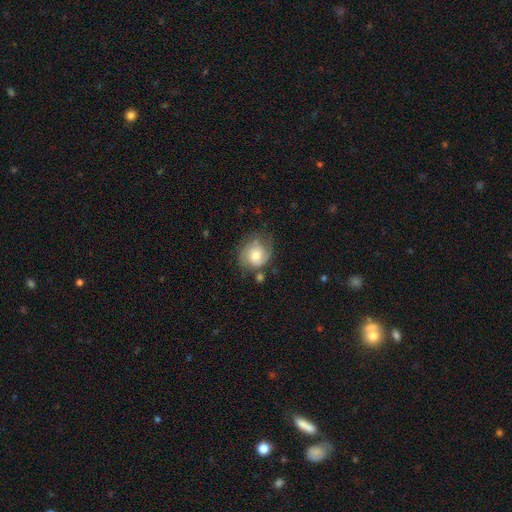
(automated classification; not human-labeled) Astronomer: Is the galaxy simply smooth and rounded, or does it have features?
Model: featured or disk — 57% (runner-up: smooth, 36%).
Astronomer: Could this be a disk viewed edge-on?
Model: no — 97%.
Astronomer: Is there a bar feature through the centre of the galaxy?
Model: no — 71%.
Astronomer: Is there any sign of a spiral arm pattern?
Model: yes — 86%.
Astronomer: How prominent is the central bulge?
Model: moderate — 61%.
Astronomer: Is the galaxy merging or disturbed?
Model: none — 58%.